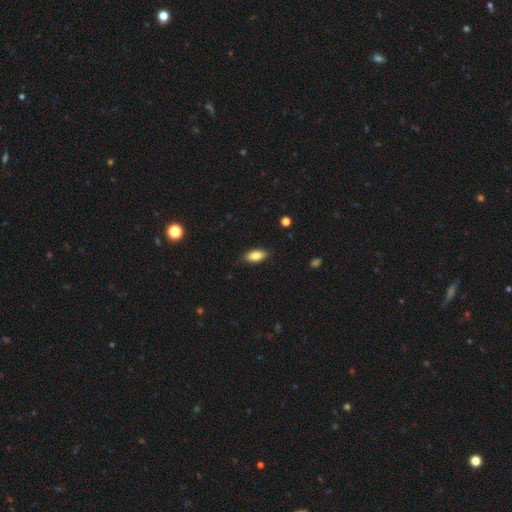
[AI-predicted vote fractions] The model was most divided on "merging": none: 85%, minor disturbance: 12%, major disturbance: 2%, merger: 1%. More confident: how rounded — in between (89%); smooth or featured — smooth (86%).